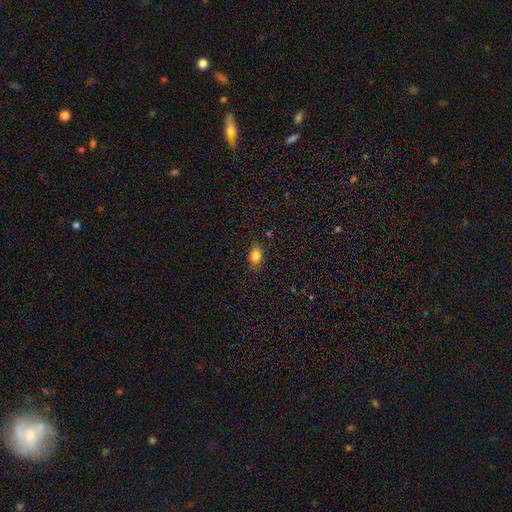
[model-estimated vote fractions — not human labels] Q: Smooth or featured?
A: smooth (82%); runner-up: featured or disk (9%)
Q: How rounded?
A: in between (83%); runner-up: round (13%)
Q: Merging?
A: none (82%); runner-up: minor disturbance (14%)